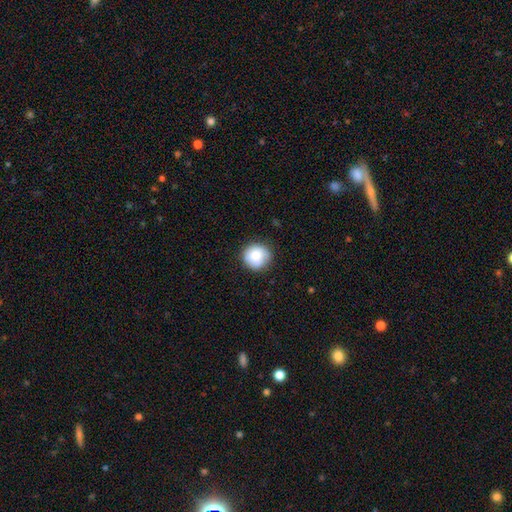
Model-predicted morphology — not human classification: This appears to be a smooth galaxy with no disk features (79%) that is round (92%). Merging: none (82%).